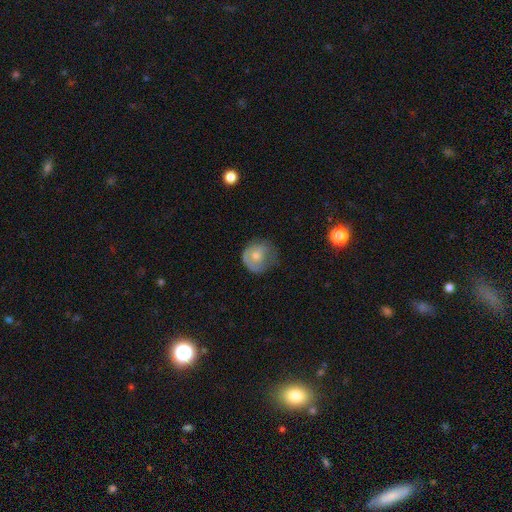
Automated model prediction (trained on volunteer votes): Smooth or featured?
  - smooth: 55% *
  - featured or disk: 36%
  - star or artifact: 9%
How rounded?
  - round: 79% *
  - in between: 20%
  - cigar-shaped: 1%
Merging?
  - none: 47% *
  - minor disturbance: 31%
  - major disturbance: 20%
  - merger: 2%